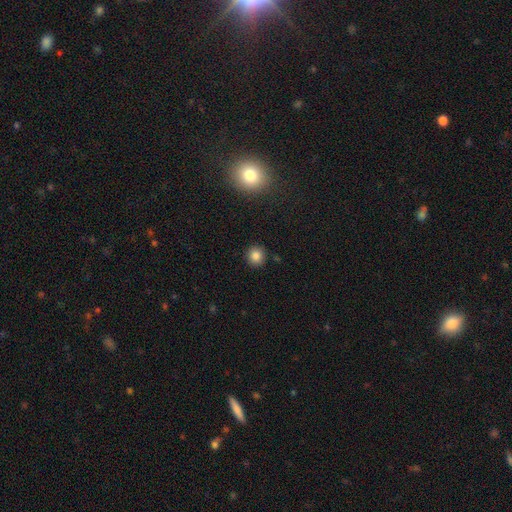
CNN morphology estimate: This is clearly a smooth galaxy (84%). How rounded: clearly round (90%). Merging: clearly none (90%).